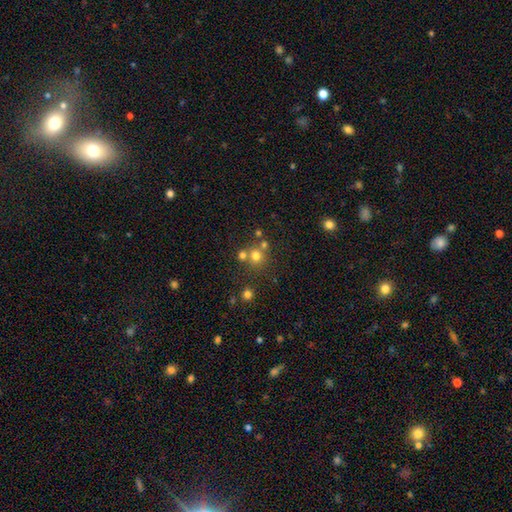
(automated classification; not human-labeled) smooth 69%, star or artifact 19%, featured or disk 12%. Down the decision tree: how rounded — round (89%); merging — none (60%).